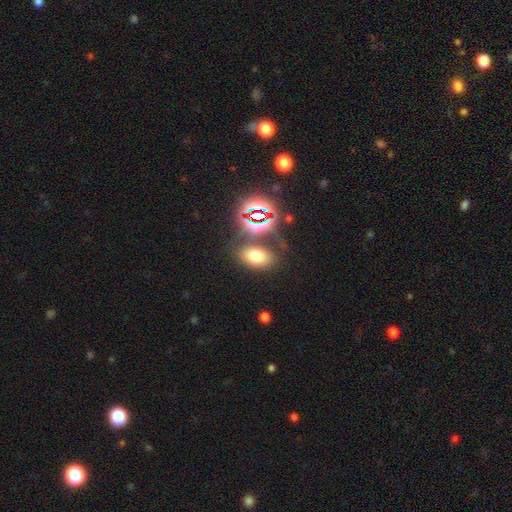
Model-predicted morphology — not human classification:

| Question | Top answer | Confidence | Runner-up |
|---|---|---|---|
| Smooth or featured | smooth | 64% | star or artifact (25%) |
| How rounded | in between | 84% | round (13%) |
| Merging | none | 74% | minor disturbance (12%) |